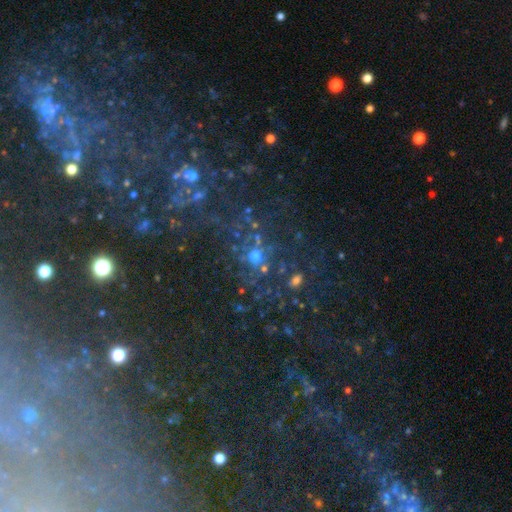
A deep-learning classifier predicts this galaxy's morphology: type=featured or disk (36%); merging=none (65%).